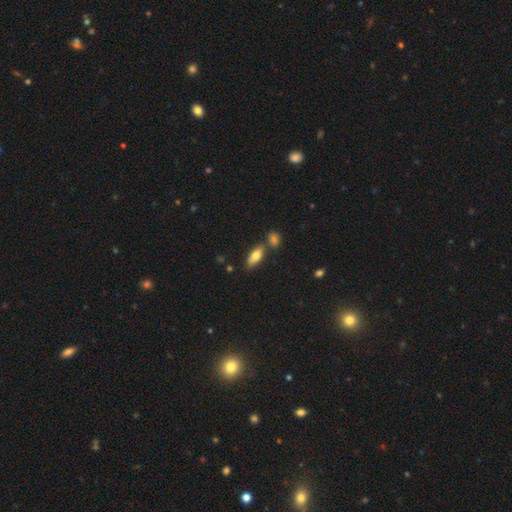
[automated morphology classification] Smooth or featured? Predicted: smooth (p=0.71). How rounded? Predicted: in between (p=0.76). Merging? Predicted: none (p=0.70).